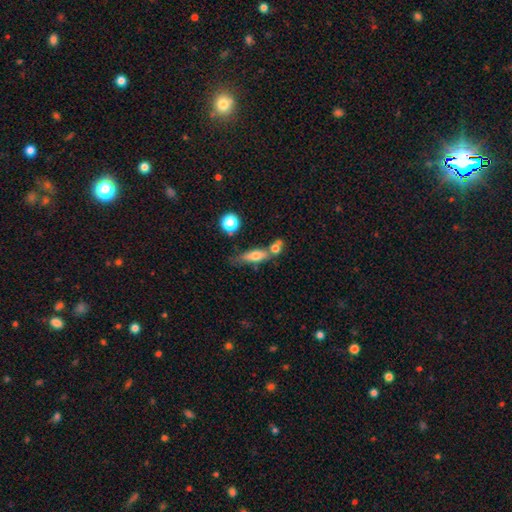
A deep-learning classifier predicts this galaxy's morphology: Q: Smooth or featured?
A: smooth (62%); runner-up: featured or disk (29%)
Q: How rounded?
A: in between (50%); runner-up: cigar-shaped (44%)
Q: Merging?
A: none (48%); runner-up: merger (27%)